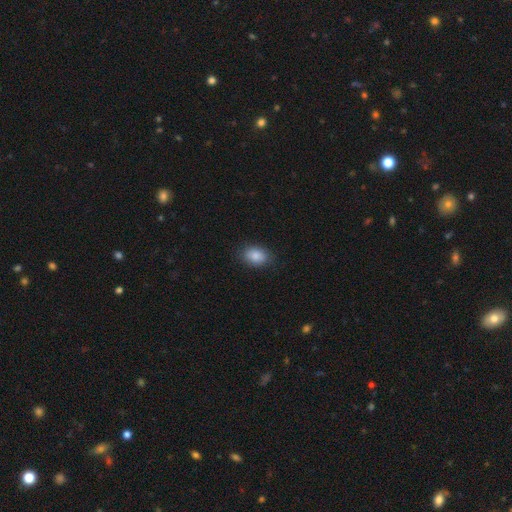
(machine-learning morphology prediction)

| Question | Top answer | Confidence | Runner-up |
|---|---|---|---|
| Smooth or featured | smooth | 87% | star or artifact (8%) |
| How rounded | in between | 77% | round (21%) |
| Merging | none | 84% | minor disturbance (12%) |